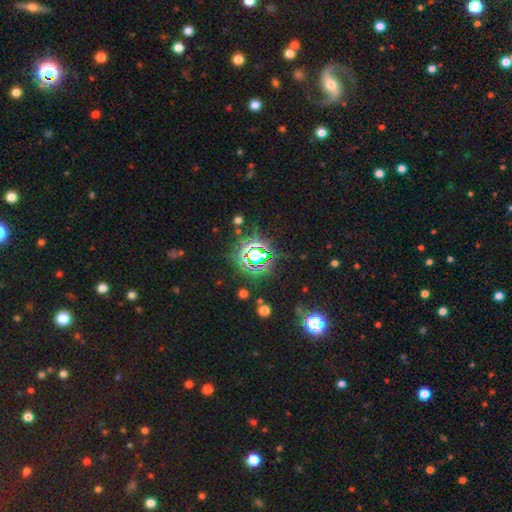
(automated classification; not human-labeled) Smooth or featured?
  - star or artifact: 72% *
  - smooth: 18%
  - featured or disk: 10%